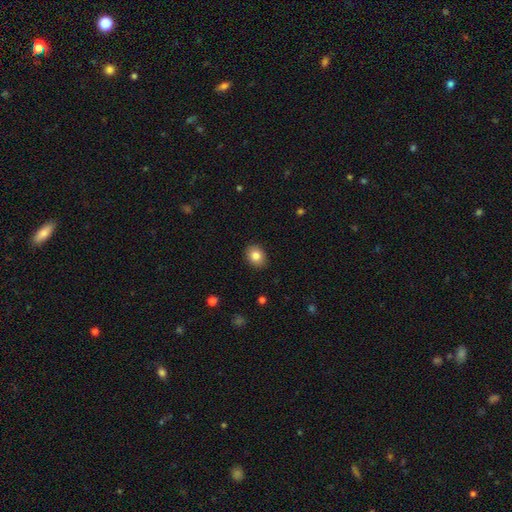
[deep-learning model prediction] This is clearly a smooth galaxy (84%). How rounded: possibly round (52%). Merging: clearly none (89%).